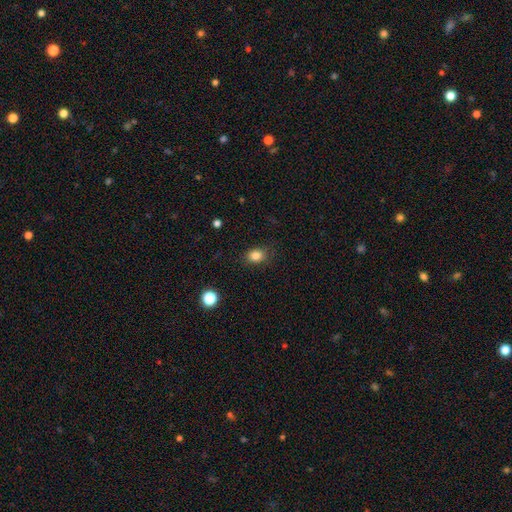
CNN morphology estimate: Overall: smooth (84%). How rounded: in between (60%; round 39%). Merging: none (81%).